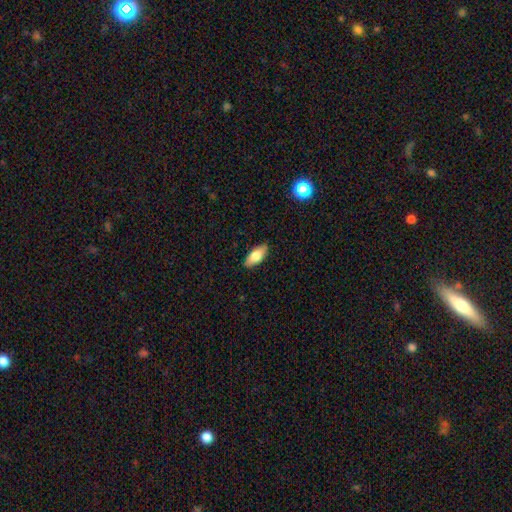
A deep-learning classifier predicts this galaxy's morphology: A smooth galaxy with no disk features (76%) that is in between round and cigar-shaped (85%).

Vote fractions:
- Smooth or featured? smooth: 76% / featured or disk: 18% / star or artifact: 6%
- How rounded? in between: 85% / cigar-shaped: 13% / round: 3%
- Merging? none: 88% / minor disturbance: 9% / major disturbance: 2% / merger: 1%